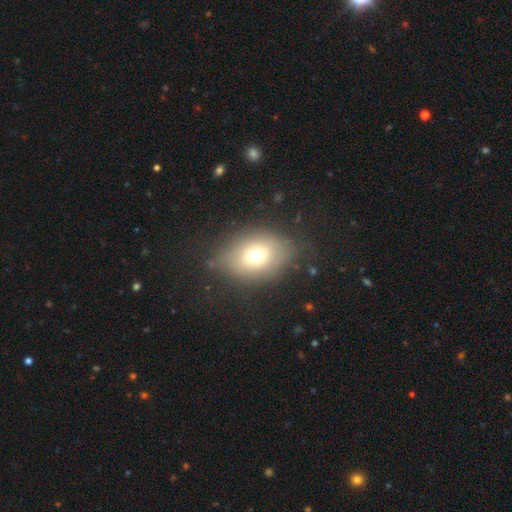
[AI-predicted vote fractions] Morphology: type=smooth (69%); roundness=in between (73%); merging=none (75%).